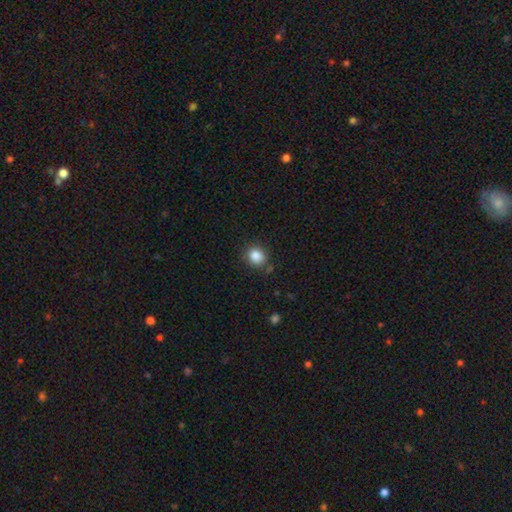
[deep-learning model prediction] Smooth or featured: smooth — 86% (star or artifact — 10%)
How rounded: round — 81% (in between — 18%)
Merging: none — 82% (minor disturbance — 12%)